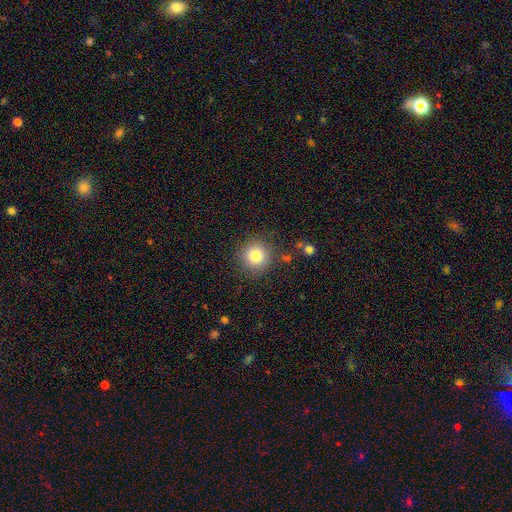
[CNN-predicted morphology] type=smooth (80%); roundness=round (94%); merging=none (87%).